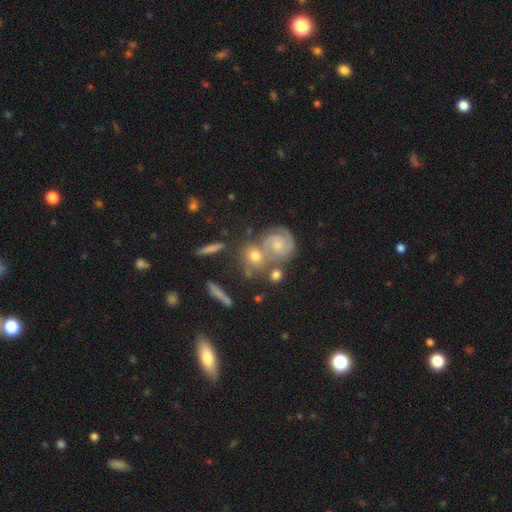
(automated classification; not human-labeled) Smooth or featured?
  - featured or disk: 64% *
  - smooth: 24%
  - star or artifact: 11%
Edge-on disk?
  - no: 92% *
  - yes: 8%
Bar?
  - no: 71% *
  - weak: 23%
  - strong: 6%
Spiral arms?
  - yes: 87% *
  - no: 13%
Spiral winding?
  - tight: 60% *
  - medium: 32%
  - loose: 8%
Spiral arm count?
  - 2: 57% *
  - can't tell: 19%
  - 3: 12%
  - 1: 8%
  - 4: 3%
  - more than 4: 2%
Bulge size?
  - moderate: 45% *
  - small: 43%
  - none: 6%
  - large: 5%
  - dominant: 2%
Merging?
  - none: 53% *
  - merger: 29%
  - minor disturbance: 12%
  - major disturbance: 6%